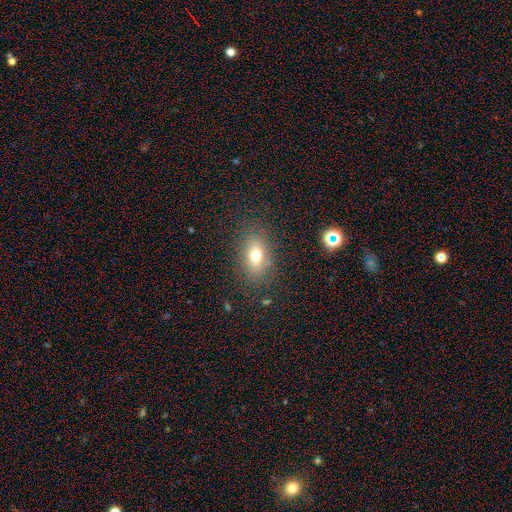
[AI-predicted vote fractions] Smooth or featured: smooth — 71% (featured or disk — 15%)
How rounded: in between — 78% (round — 19%)
Merging: none — 82% (minor disturbance — 11%)